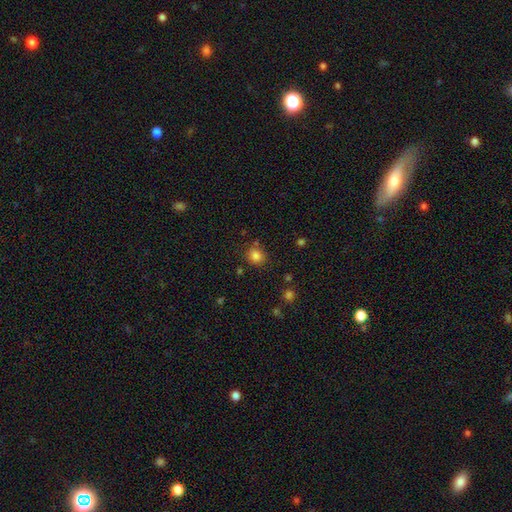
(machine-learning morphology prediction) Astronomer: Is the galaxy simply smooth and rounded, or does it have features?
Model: smooth — 82%.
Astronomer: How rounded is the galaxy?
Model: round — 79%.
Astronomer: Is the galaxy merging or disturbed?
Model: none — 78%.